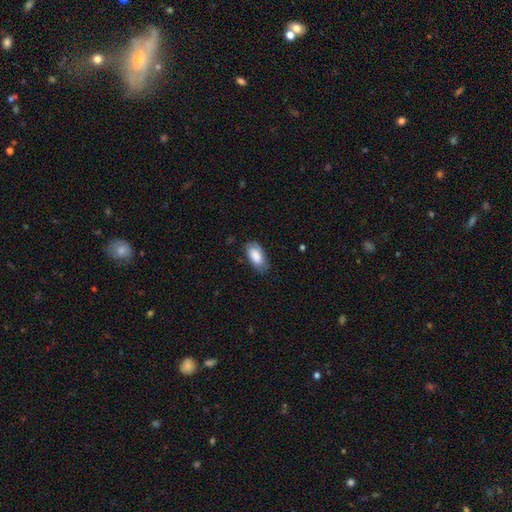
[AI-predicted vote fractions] Smooth or featured? Predicted: smooth (p=0.85). How rounded? Predicted: in between (p=0.93). Merging? Predicted: none (p=0.73).